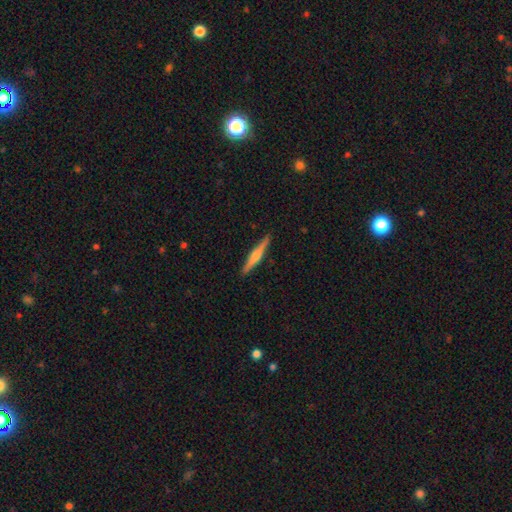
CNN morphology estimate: Smooth or featured? featured or disk (57%)
Edge-on disk? yes (98%)
Edge-on bulge? rounded (70%)
Merging? none (91%)